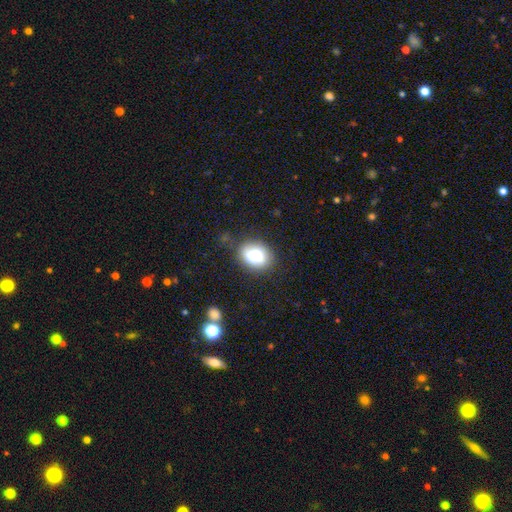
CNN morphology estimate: This is likely a smooth galaxy (80%). How rounded: likely in between (62%). Merging: likely none (77%).